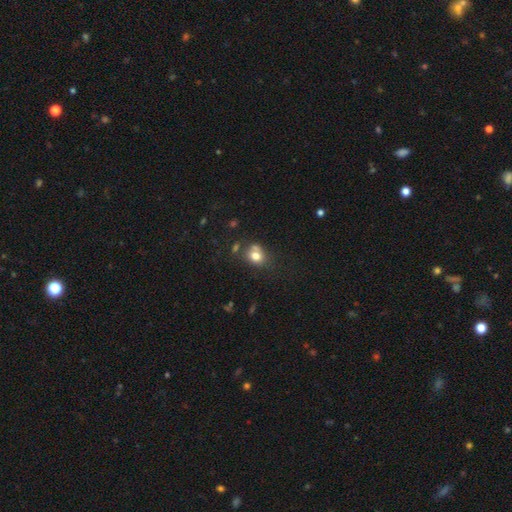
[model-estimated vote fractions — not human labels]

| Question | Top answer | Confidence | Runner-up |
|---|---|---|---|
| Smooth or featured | smooth | 76% | featured or disk (12%) |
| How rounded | round | 59% | in between (40%) |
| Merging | none | 49% | merger (24%) |